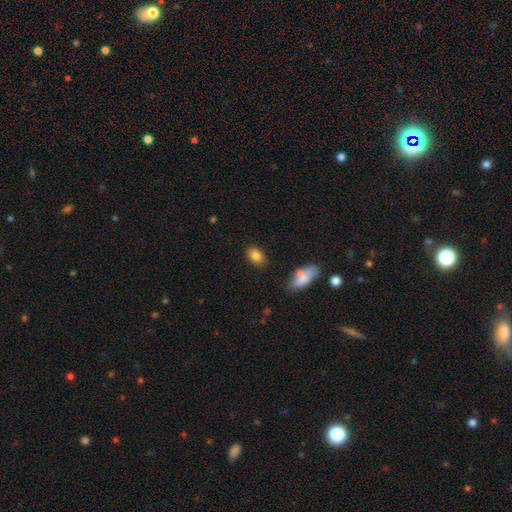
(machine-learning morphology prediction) This appears to be a smooth galaxy with no disk features (84%) that is in between round and cigar-shaped (82%). Merging: none (84%).